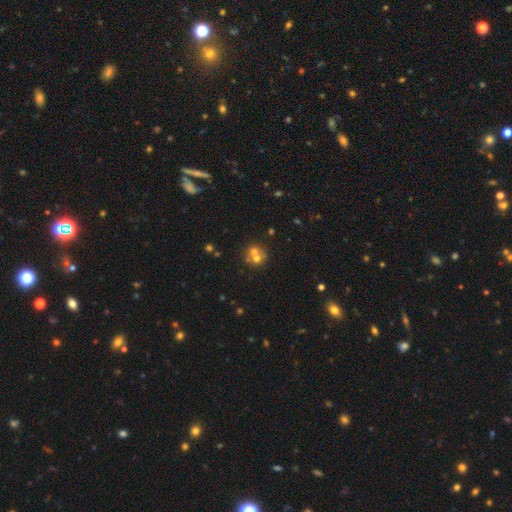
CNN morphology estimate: type=smooth (58%); roundness=round (82%); merging=merger (52%).